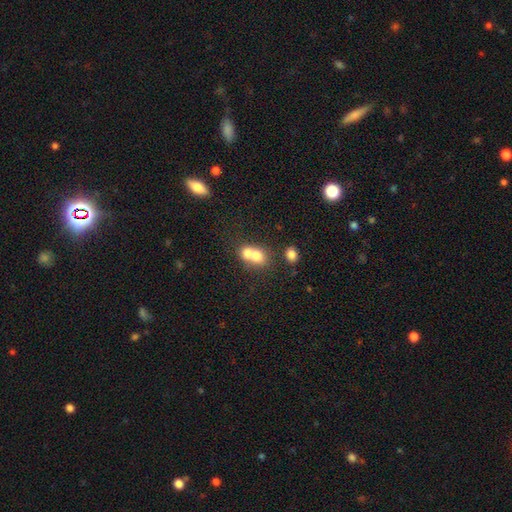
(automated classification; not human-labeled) Smooth or featured? smooth (71%)
How rounded? round (54%)
Merging? merger (70%)